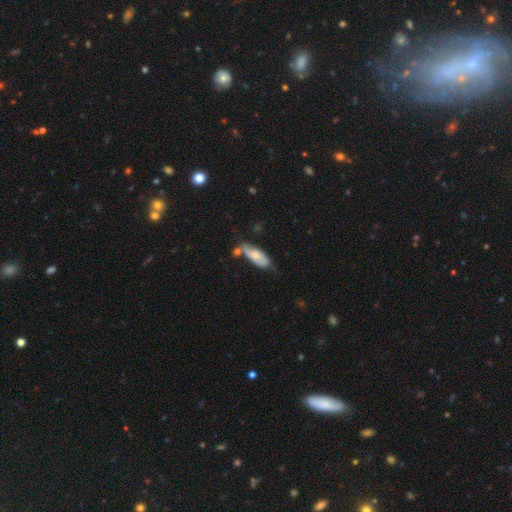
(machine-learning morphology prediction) Overall: smooth (59%; featured or disk 35%). How rounded: in between (76%). Merging: none (44%; minor disturbance 28%).